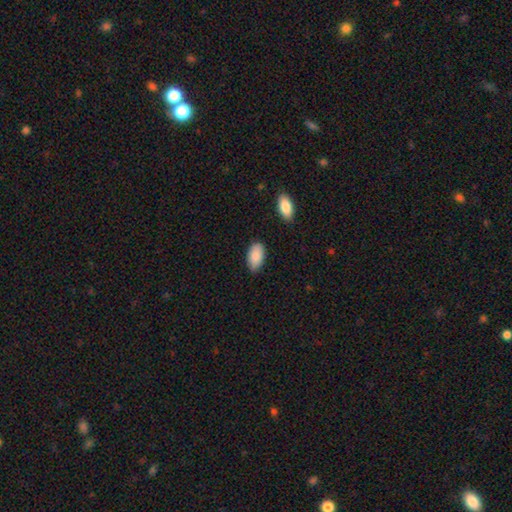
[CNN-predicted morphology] smooth_or_featured: smooth (p=0.89) [alt: star or artifact p=0.06]
how_rounded: in between (p=0.95) [alt: round p=0.03]
merging: none (p=0.78) [alt: minor disturbance p=0.17]